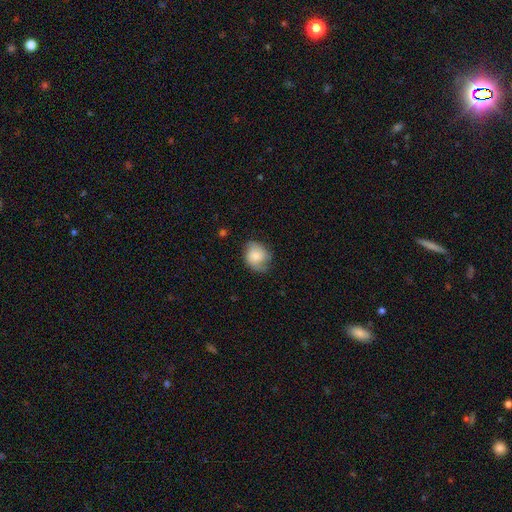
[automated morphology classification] The model was most divided on "how rounded": round: 56%, in between: 43%, cigar-shaped: 1%. More confident: smooth or featured — smooth (71%); merging — none (60%).